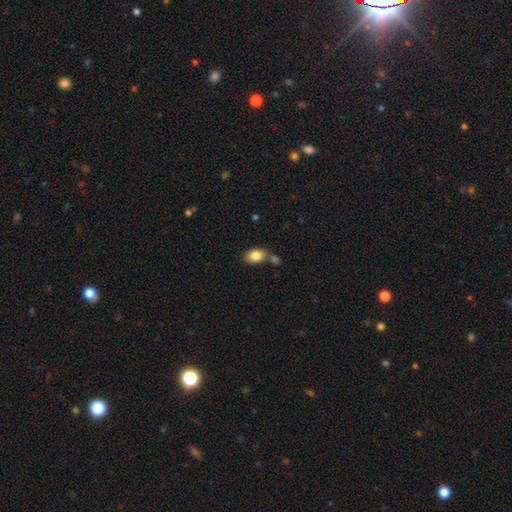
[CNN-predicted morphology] Smooth or featured: smooth — 83% (featured or disk — 10%)
How rounded: in between — 83% (round — 16%)
Merging: none — 53% (merger — 27%)